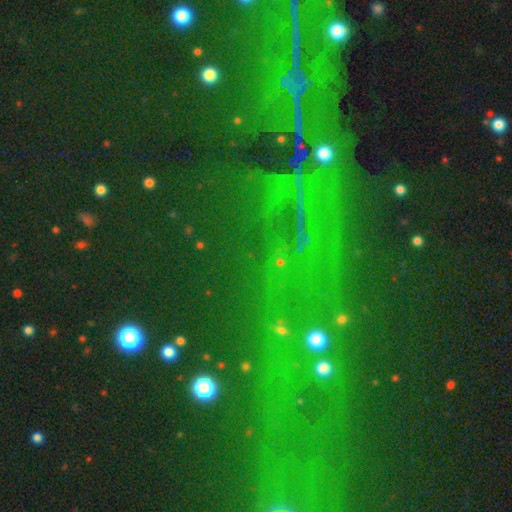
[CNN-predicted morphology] This is likely a star or artifact rather than a galaxy (79%).